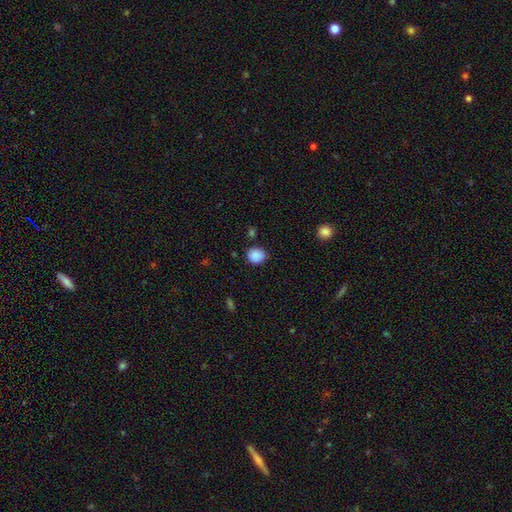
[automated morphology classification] This appears to be a smooth galaxy with no disk features (88%) that is round (71%). Merging: none (83%).